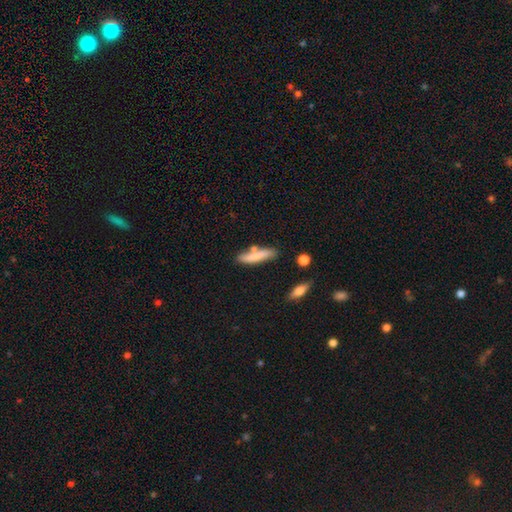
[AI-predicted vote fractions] The model was most divided on "merging": none: 70%, minor disturbance: 16%, merger: 10%, major disturbance: 4%. More confident: how rounded — cigar-shaped (78%); smooth or featured — smooth (76%).